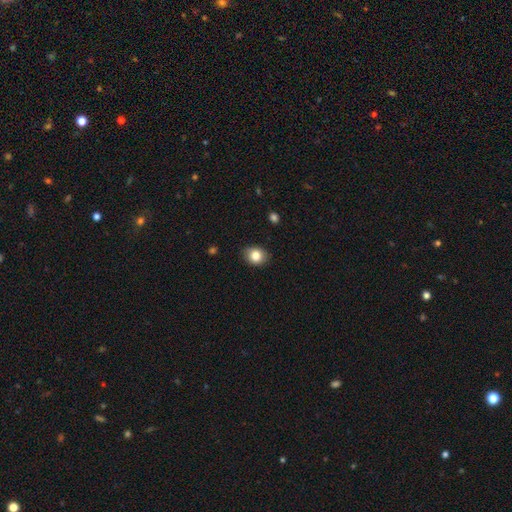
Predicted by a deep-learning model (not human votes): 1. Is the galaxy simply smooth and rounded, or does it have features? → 84% smooth, 9% star or artifact, 7% featured or disk.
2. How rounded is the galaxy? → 54% round, 45% in between, 1% cigar-shaped.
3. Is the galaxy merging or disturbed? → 85% none, 11% minor disturbance, 2% major disturbance, 1% merger.